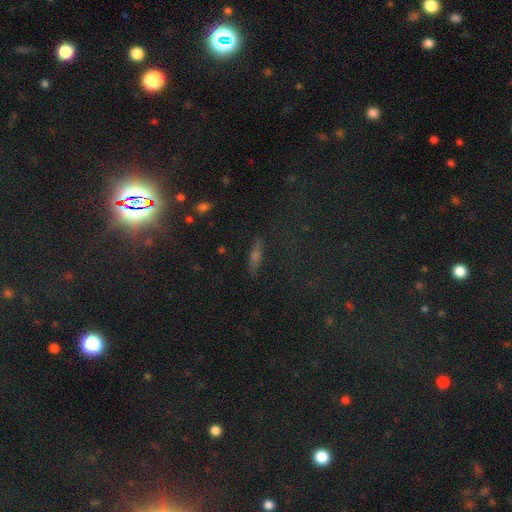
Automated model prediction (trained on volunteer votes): A smooth galaxy with no disk features (43%).

Vote fractions:
- Smooth or featured? smooth: 43% / featured or disk: 31% / star or artifact: 26%
- Merging? none: 83% / minor disturbance: 11% / major disturbance: 4% / merger: 2%